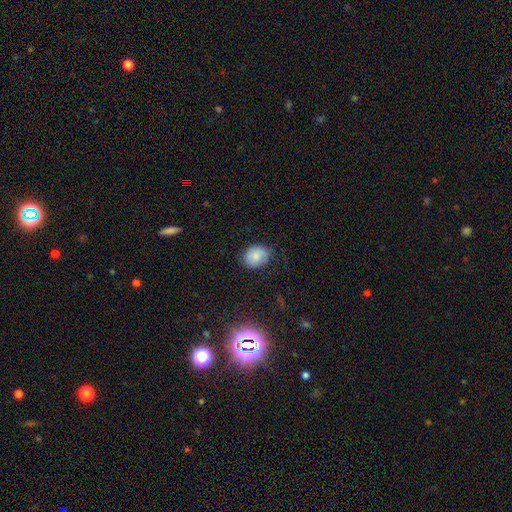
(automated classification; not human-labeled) A smooth galaxy with no disk features (79%) that is in between round and cigar-shaped (57%). Merging: none (76%).